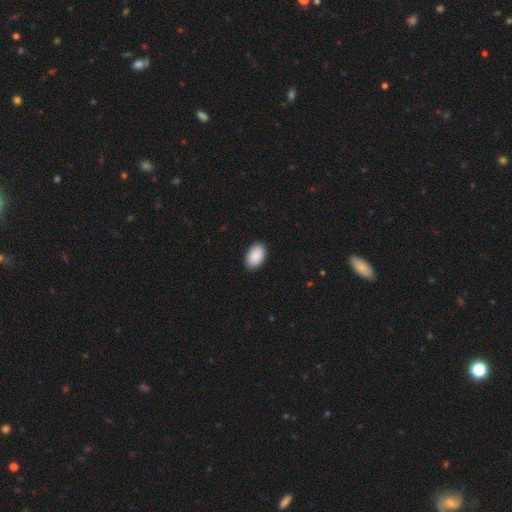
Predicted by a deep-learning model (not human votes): A smooth galaxy with no disk features (91%) that is in between round and cigar-shaped (92%). Merging: none (89%).